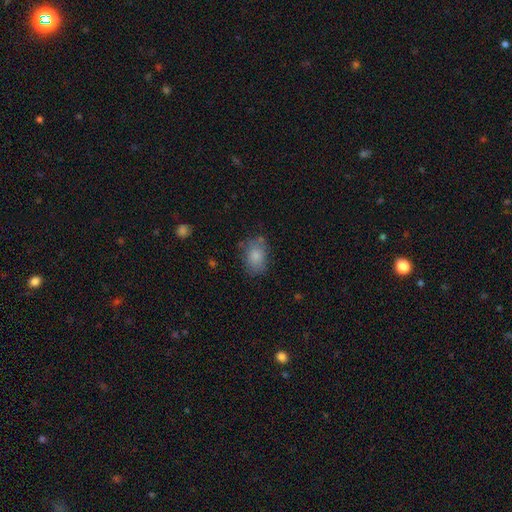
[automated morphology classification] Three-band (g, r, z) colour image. It shows a smooth galaxy with no disk features (82%) that is in between round and cigar-shaped (75%). Merging: none (68%).